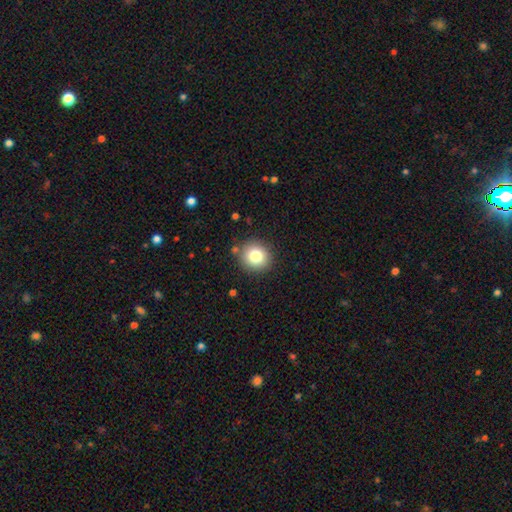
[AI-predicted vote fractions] This appears to be a smooth galaxy with no disk features (80%) that is round (88%). Merging: none (87%).